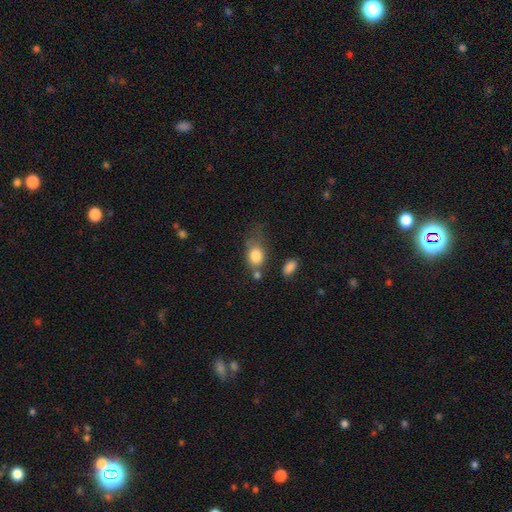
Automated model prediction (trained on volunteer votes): The model was most divided on "merging": none: 40%, minor disturbance: 28%, major disturbance: 16%, merger: 15%. More confident: smooth or featured — smooth (82%); how rounded — in between (68%).